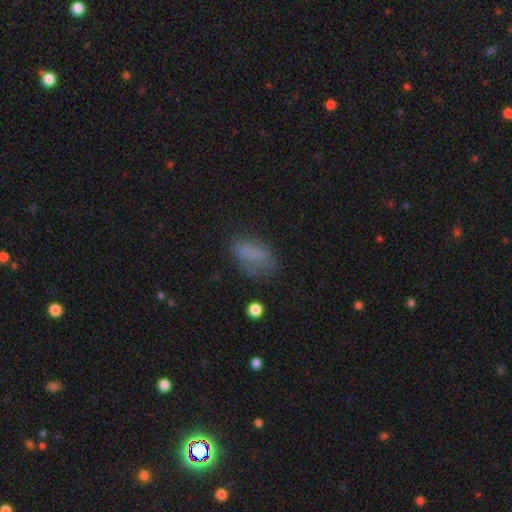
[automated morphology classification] type=smooth (74%); roundness=in between (85%); merging=none (54%).